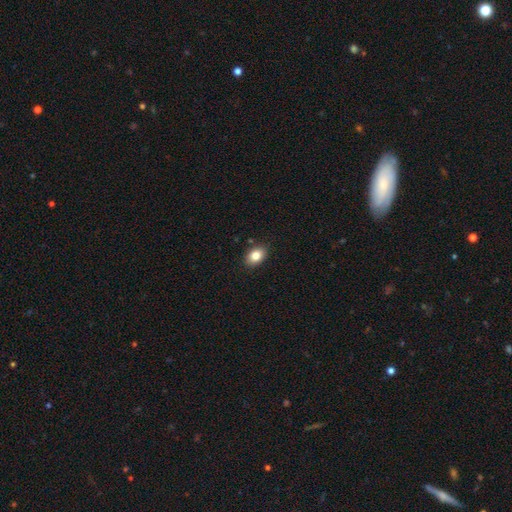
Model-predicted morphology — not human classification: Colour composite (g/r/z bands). It shows a smooth galaxy with no disk features (84%) that is in between round and cigar-shaped (79%). Merging: none (88%).